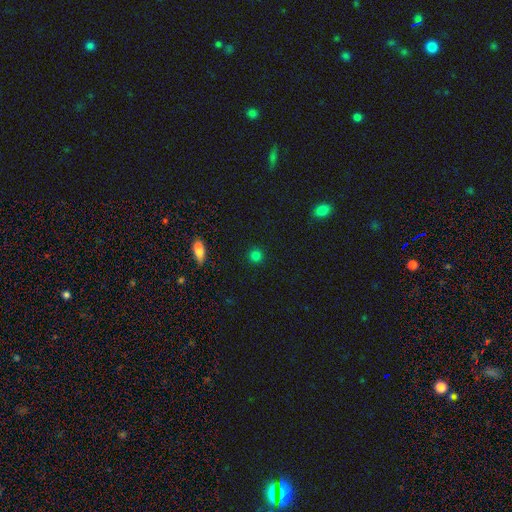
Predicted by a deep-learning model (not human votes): Morphology: type=smooth (80%); roundness=round (91%); merging=none (89%).